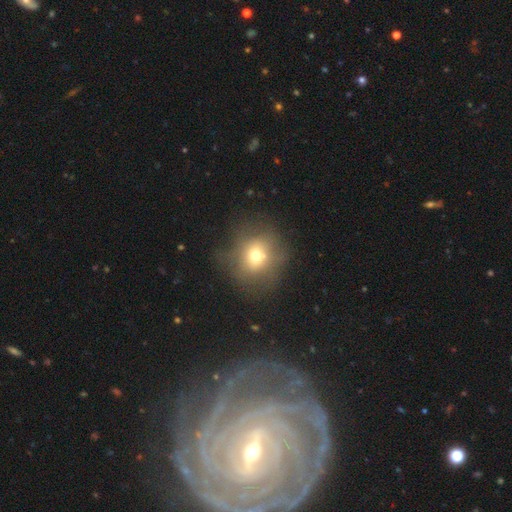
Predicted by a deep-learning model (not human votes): Overall: smooth (63%). How rounded: round (80%). Merging: none (63%).